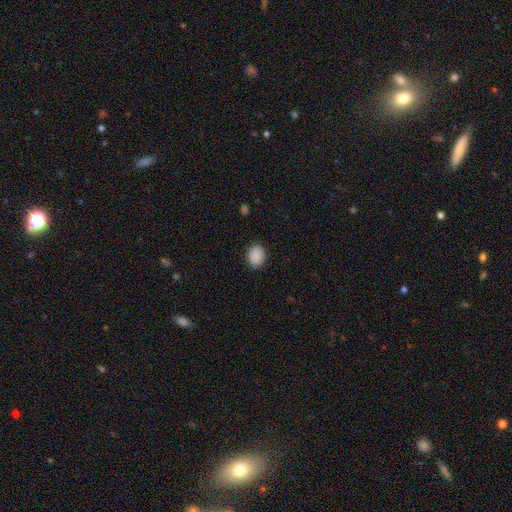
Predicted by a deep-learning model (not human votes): smooth-or-featured: smooth: 90% | star or artifact: 8% | featured or disk: 2%
  how-rounded: in between: 61% | round: 38% | cigar-shaped: 1%
  merging: none: 88% | minor disturbance: 8% | major disturbance: 2% | merger: 1%